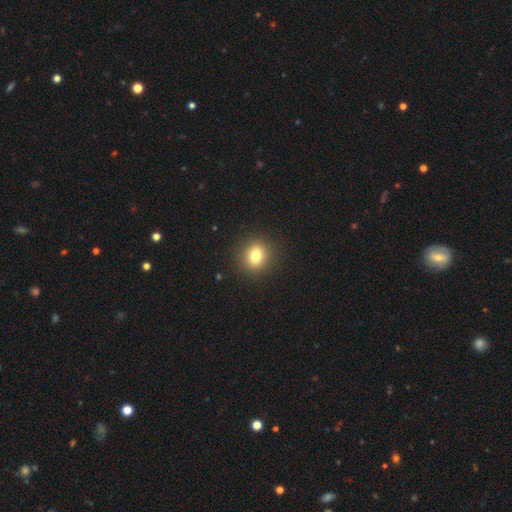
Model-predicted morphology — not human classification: type=smooth (80%); roundness=round (79%); merging=none (90%).